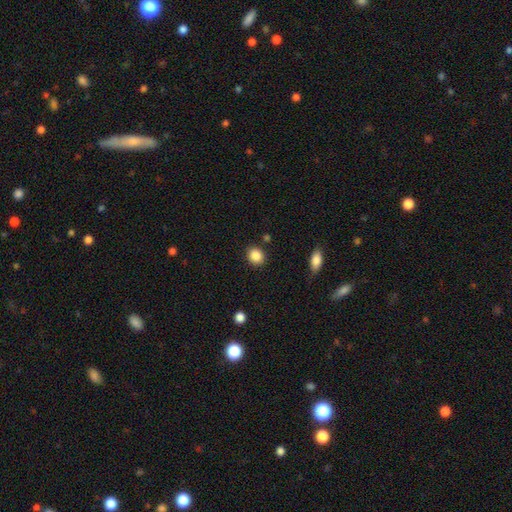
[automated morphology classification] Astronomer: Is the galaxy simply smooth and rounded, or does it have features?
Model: smooth — 87%.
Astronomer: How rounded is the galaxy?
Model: round — 71%.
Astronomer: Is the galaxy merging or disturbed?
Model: none — 87%.